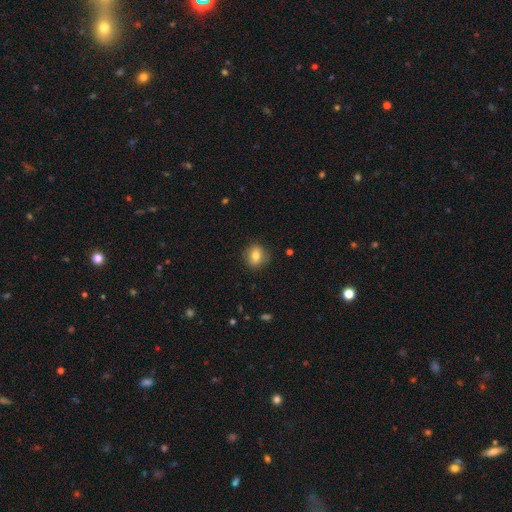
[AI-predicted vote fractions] Overall: smooth (76%). How rounded: round (76%). Merging: none (86%).